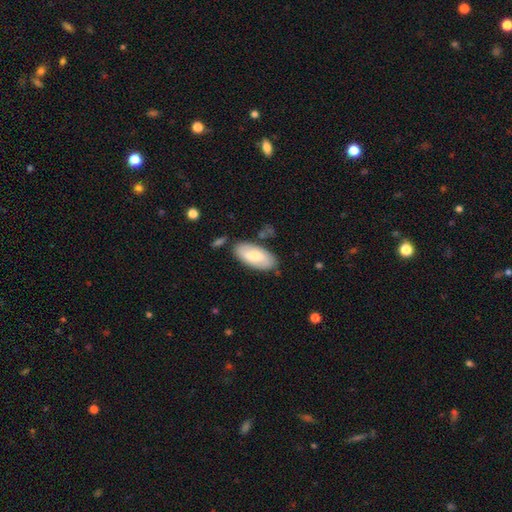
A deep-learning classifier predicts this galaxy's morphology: Q: Smooth or featured?
A: smooth (61%); runner-up: featured or disk (34%)
Q: How rounded?
A: in between (91%); runner-up: cigar-shaped (7%)
Q: Merging?
A: none (81%); runner-up: minor disturbance (13%)